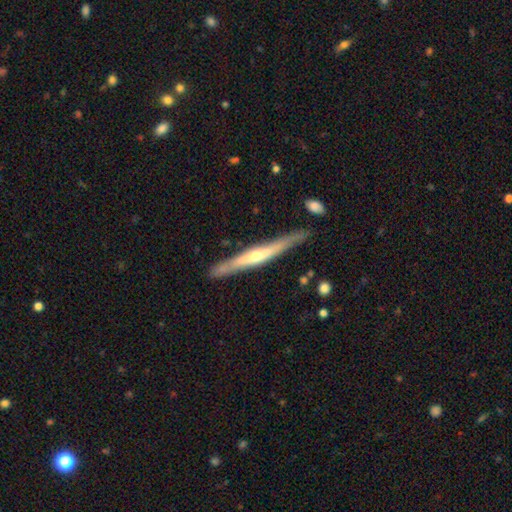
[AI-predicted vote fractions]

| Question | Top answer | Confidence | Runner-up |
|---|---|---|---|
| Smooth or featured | featured or disk | 70% | smooth (25%) |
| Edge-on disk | yes | 95% | no (5%) |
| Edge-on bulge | rounded | 72% | none (21%) |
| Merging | none | 83% | minor disturbance (12%) |